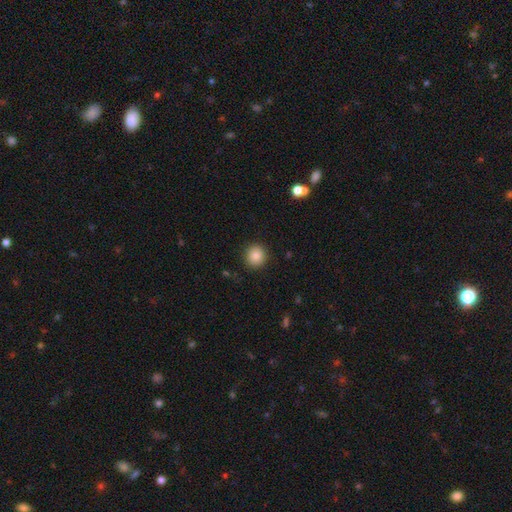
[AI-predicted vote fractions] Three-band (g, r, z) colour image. It shows a smooth galaxy with no disk features (86%) that is round (91%). Merging: none (91%).